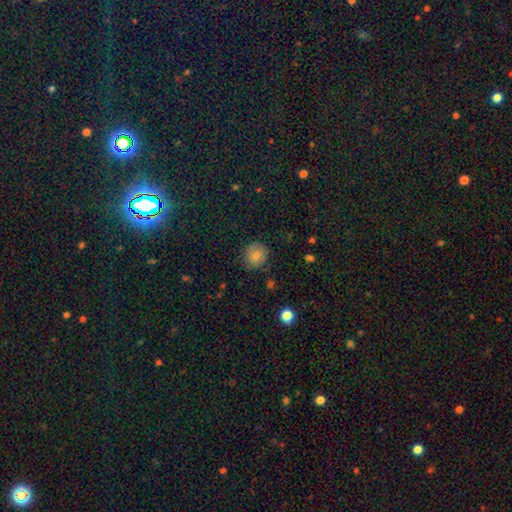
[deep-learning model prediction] Morphology: type=smooth (67%); roundness=round (83%); merging=none (79%).